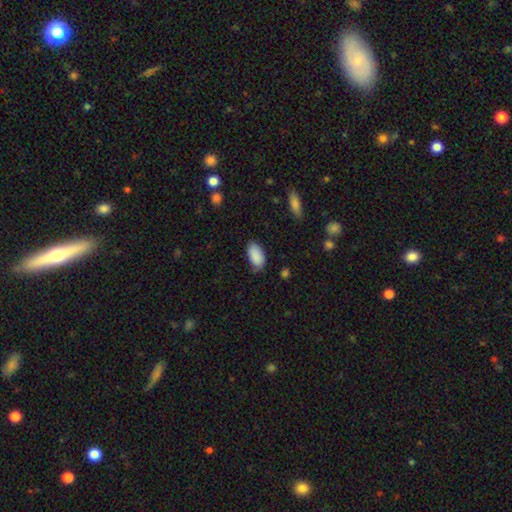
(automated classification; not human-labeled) A smooth galaxy with no disk features (89%) that is in between round and cigar-shaped (95%).

Vote fractions:
- Smooth or featured? smooth: 89% / star or artifact: 7% / featured or disk: 5%
- How rounded? in between: 95% / round: 3% / cigar-shaped: 2%
- Merging? none: 71% / minor disturbance: 24% / major disturbance: 4% / merger: 2%